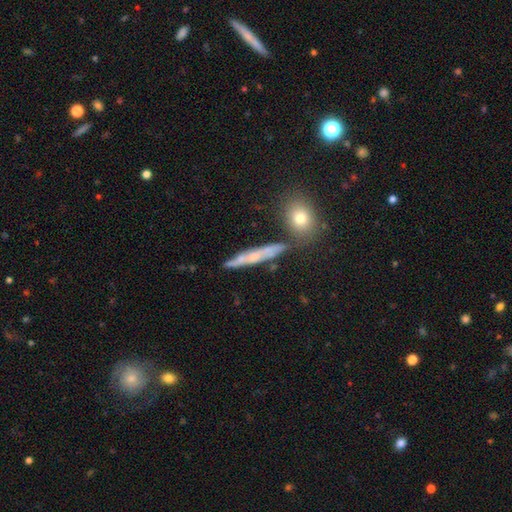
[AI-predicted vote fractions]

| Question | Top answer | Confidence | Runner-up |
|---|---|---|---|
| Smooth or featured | featured or disk | 52% | smooth (38%) |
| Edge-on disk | yes | 79% | no (21%) |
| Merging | none | 74% | minor disturbance (15%) |